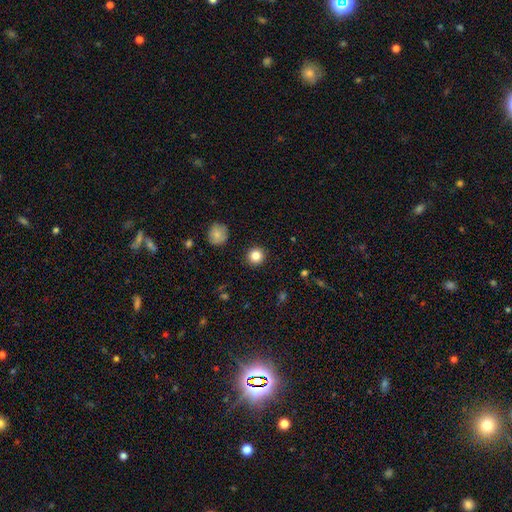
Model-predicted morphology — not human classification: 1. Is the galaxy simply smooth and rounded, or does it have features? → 85% smooth, 11% star or artifact, 5% featured or disk.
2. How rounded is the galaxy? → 94% round, 5% in between, 1% cigar-shaped.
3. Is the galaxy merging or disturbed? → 92% none, 5% minor disturbance, 2% major disturbance, 1% merger.